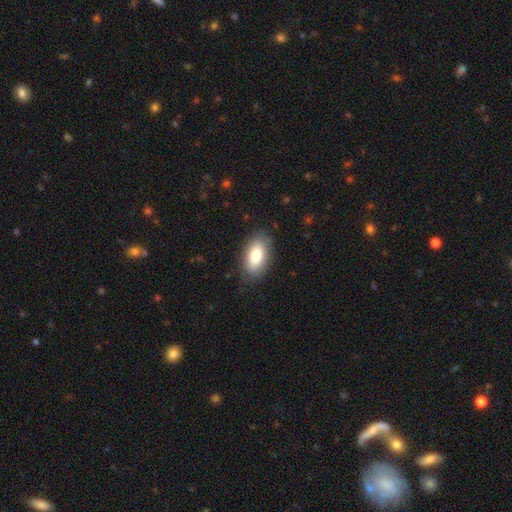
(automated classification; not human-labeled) Overall: smooth (81%). How rounded: in between (92%). Merging: none (83%).